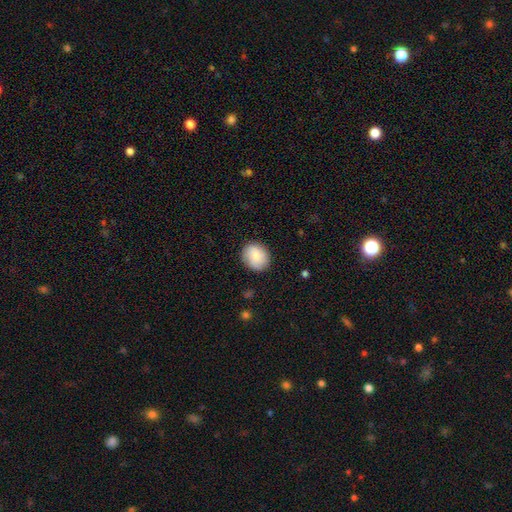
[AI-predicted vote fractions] Smooth or featured? smooth (79%)
How rounded? round (70%)
Merging? none (85%)